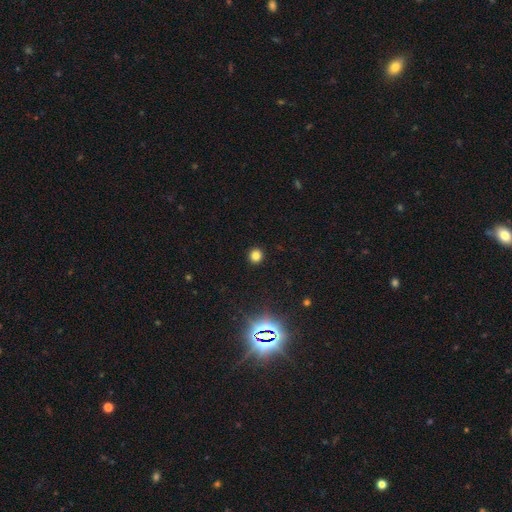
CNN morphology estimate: A smooth galaxy with no disk features (79%) that is round (90%). Merging: none (92%).